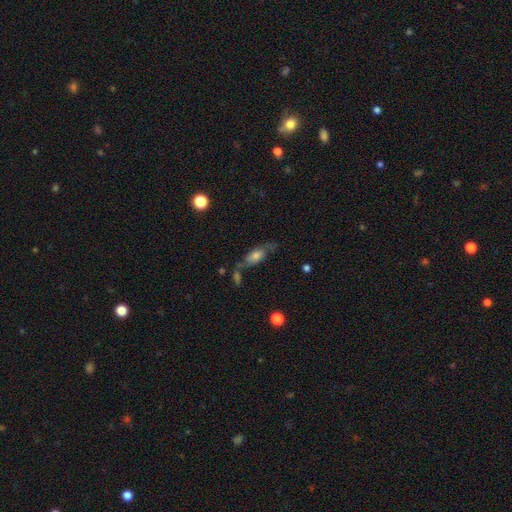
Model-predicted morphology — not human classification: This is possibly a smooth galaxy (49%). Merging: possibly none (49%).